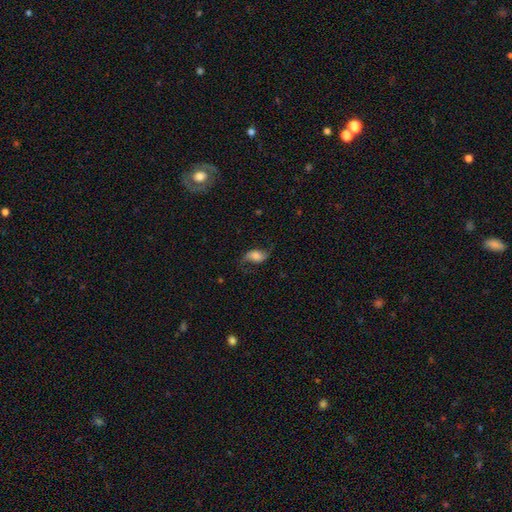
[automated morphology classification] Smooth or featured: featured or disk — 53% (smooth — 37%)
Edge-on disk: no — 94% (yes — 6%)
Merging: none — 65% (minor disturbance — 20%)